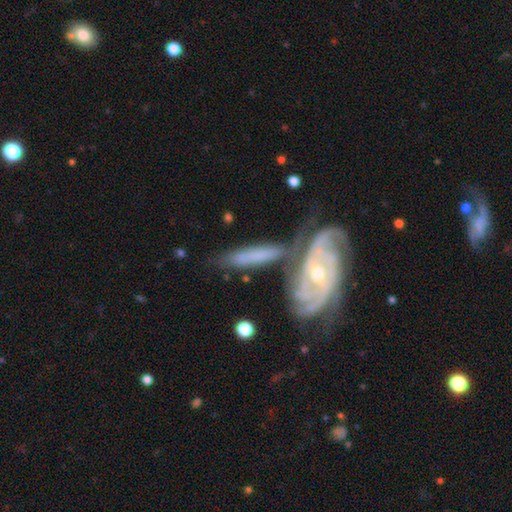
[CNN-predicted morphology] This appears to be a featured or disk galaxy (64%). Merging: none (50%).